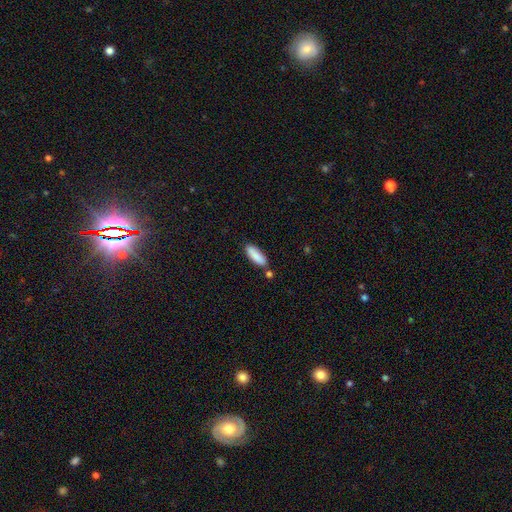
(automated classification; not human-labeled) Smooth or featured?
  - smooth: 87% *
  - featured or disk: 7%
  - star or artifact: 6%
How rounded?
  - in between: 55% *
  - cigar-shaped: 43%
  - round: 2%
Merging?
  - none: 75% *
  - minor disturbance: 13%
  - merger: 9%
  - major disturbance: 3%